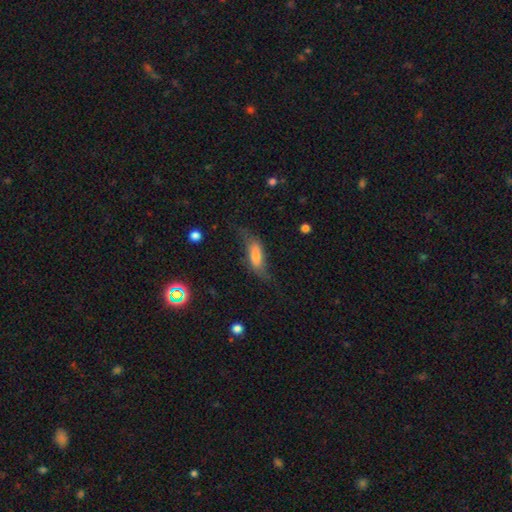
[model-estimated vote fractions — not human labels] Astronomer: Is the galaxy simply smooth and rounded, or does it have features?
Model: smooth — 53% (runner-up: featured or disk, 38%).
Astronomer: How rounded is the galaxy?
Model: in between — 62%.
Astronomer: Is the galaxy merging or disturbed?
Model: none — 53%.